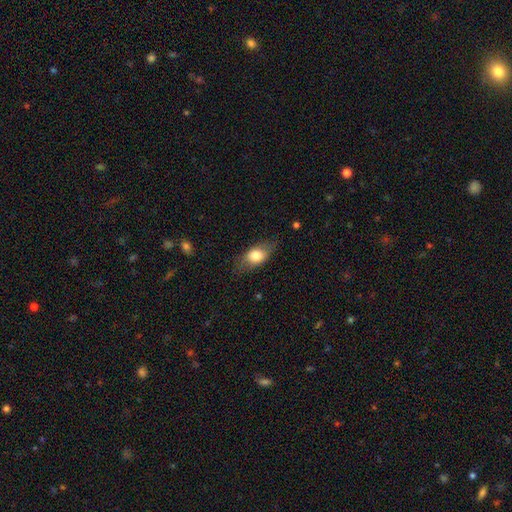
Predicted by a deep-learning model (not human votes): smooth_or_featured: smooth (p=0.72) [alt: featured or disk p=0.21]
how_rounded: in between (p=0.82) [alt: round p=0.10]
merging: none (p=0.76) [alt: minor disturbance p=0.17]